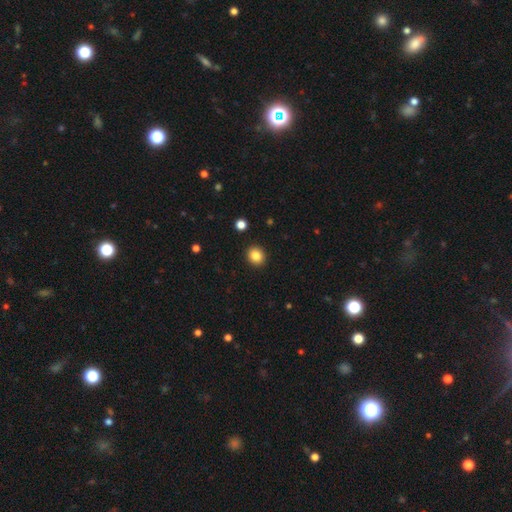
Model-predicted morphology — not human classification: smooth-or-featured: smooth: 86% | star or artifact: 10% | featured or disk: 5%
  how-rounded: round: 74% | in between: 25% | cigar-shaped: 1%
  merging: none: 91% | minor disturbance: 5% | major disturbance: 2% | merger: 1%